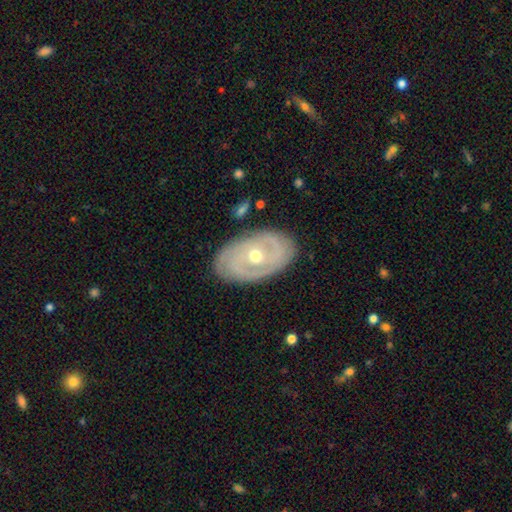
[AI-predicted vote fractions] smooth-or-featured: featured or disk: 82% | smooth: 13% | star or artifact: 5%
  disk-edge-on: no: 94% | yes: 6%
    bar: no: 69% | weak: 24% | strong: 7%
    has-spiral-arms: yes: 84% | no: 16%
      spiral-winding: tight: 67% | medium: 25% | loose: 8%
      spiral-arm-count: 2: 42% | can't tell: 31% | 3: 14% | 1: 5% | 4: 4% | more than 4: 4%
    bulge-size: moderate: 62% | small: 34% | large: 2% | dominant: 1% | none: 1%
  merging: none: 81% | minor disturbance: 13% | major disturbance: 4% | merger: 1%